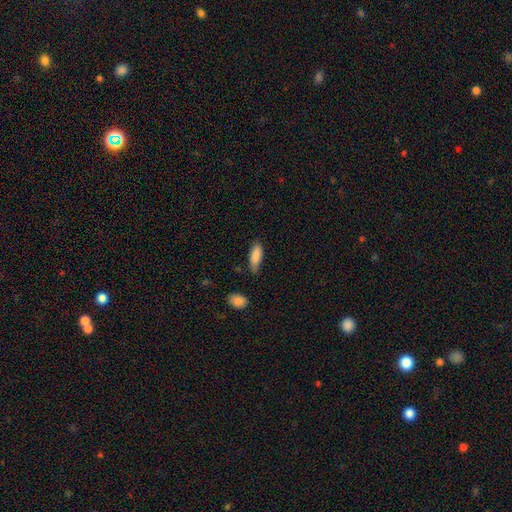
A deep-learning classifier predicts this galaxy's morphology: smooth 87%, star or artifact 7%, featured or disk 6%. Down the decision tree: how rounded — in between (72%); merging — none (63%).